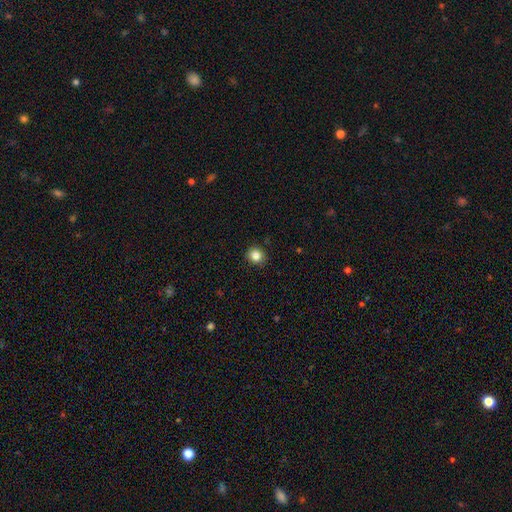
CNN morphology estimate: The model was most divided on "how rounded": round: 85%, in between: 14%, cigar-shaped: 1%. More confident: merging — none (90%); smooth or featured — smooth (85%).